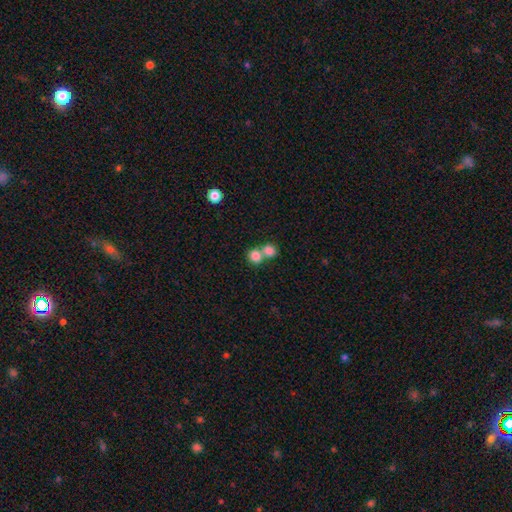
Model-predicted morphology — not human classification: smooth_or_featured: smooth (p=0.82) [alt: star or artifact p=0.10]
how_rounded: round (p=0.78) [alt: in between p=0.21]
merging: merger (p=0.54) [alt: none p=0.38]